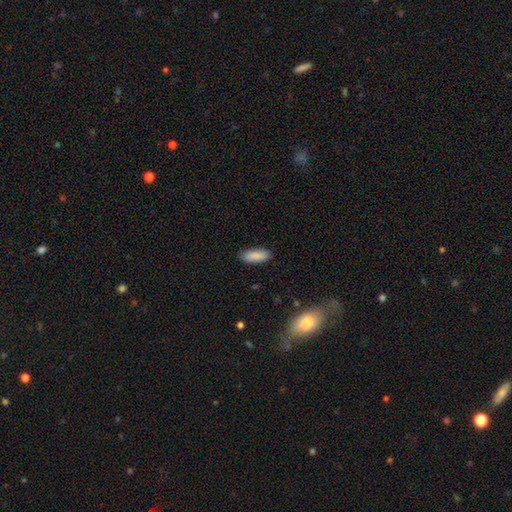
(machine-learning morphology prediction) Smooth or featured? Predicted: smooth (p=0.88). How rounded? Predicted: in between (p=0.68). Merging? Predicted: none (p=0.87).